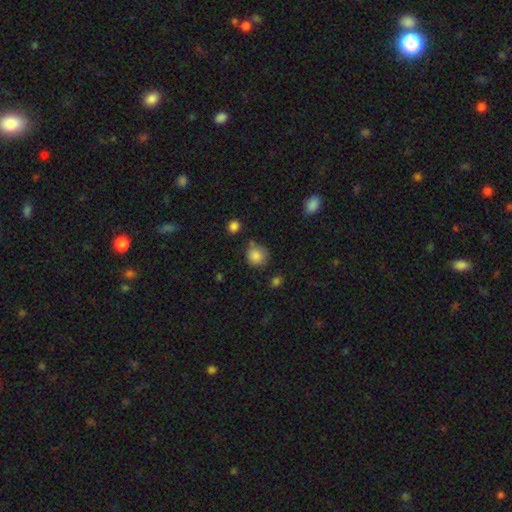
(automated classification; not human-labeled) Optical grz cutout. It shows a smooth galaxy with no disk features (85%) that is round (86%). Merging: none (74%).